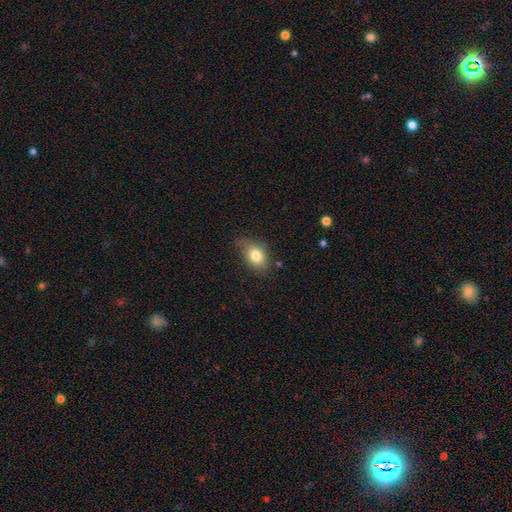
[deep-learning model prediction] smooth-or-featured: smooth: 80% | featured or disk: 11% | star or artifact: 8%
  how-rounded: in between: 80% | round: 18% | cigar-shaped: 2%
  merging: none: 67% | minor disturbance: 26% | major disturbance: 5% | merger: 2%